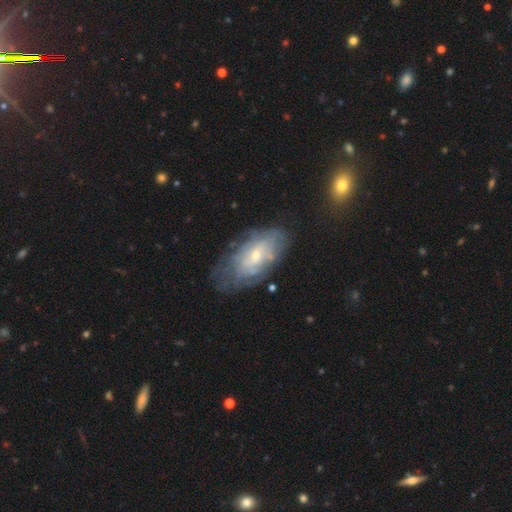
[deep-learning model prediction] smooth-or-featured: featured or disk: 63% | smooth: 29% | star or artifact: 8%
  disk-edge-on: no: 92% | yes: 8%
    bar: no: 63% | weak: 31% | strong: 6%
    has-spiral-arms: yes: 59% | no: 41%
    bulge-size: small: 63% | moderate: 32% | none: 2% | large: 2% | dominant: 1%
  merging: none: 58% | minor disturbance: 25% | major disturbance: 14% | merger: 3%